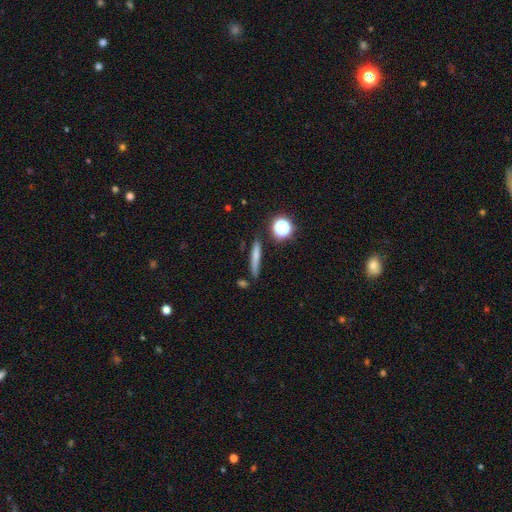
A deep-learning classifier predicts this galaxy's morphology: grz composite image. It shows a smooth galaxy with no disk features (67%) that is cigar-shaped (84%). Merging: none (77%).